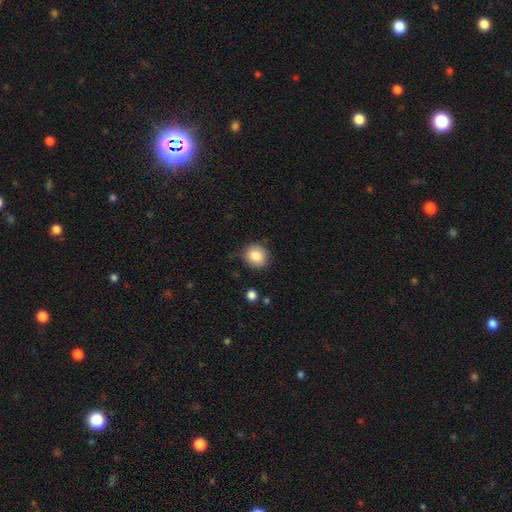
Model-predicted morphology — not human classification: Smooth or featured? Predicted: smooth (p=0.86). How rounded? Predicted: round (p=0.79). Merging? Predicted: none (p=0.83).